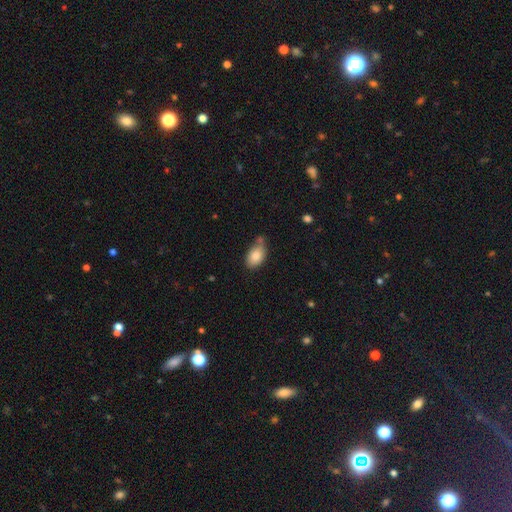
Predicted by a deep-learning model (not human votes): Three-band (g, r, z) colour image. It shows a smooth galaxy with no disk features (81%) that is in between round and cigar-shaped (88%). Merging: none (57%).